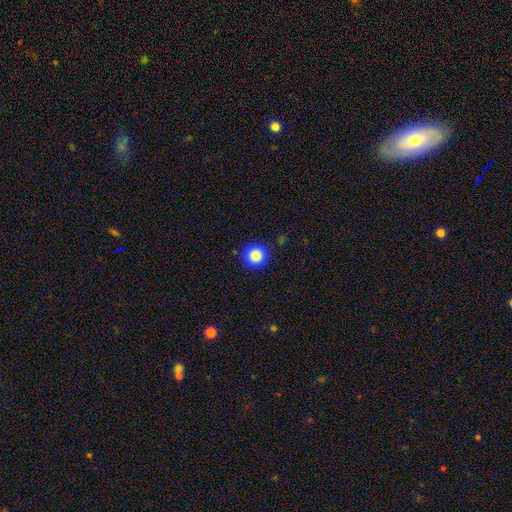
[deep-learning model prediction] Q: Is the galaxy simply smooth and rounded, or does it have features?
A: smooth — 86%.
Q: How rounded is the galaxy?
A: round — 93%.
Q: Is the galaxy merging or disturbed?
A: none — 89%.